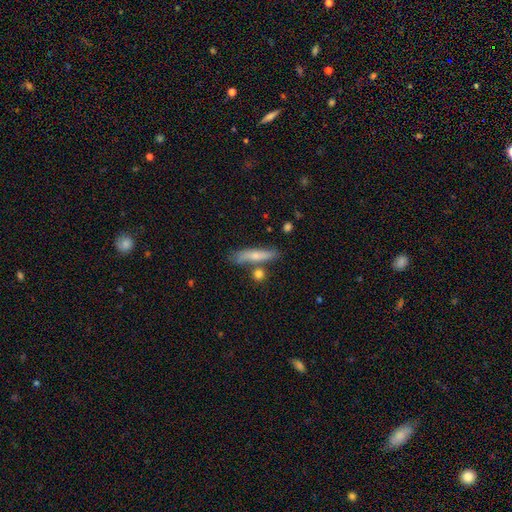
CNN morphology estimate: Q: Smooth or featured?
A: smooth (63%); runner-up: featured or disk (31%)
Q: How rounded?
A: cigar-shaped (83%); runner-up: in between (14%)
Q: Merging?
A: none (70%); runner-up: minor disturbance (16%)